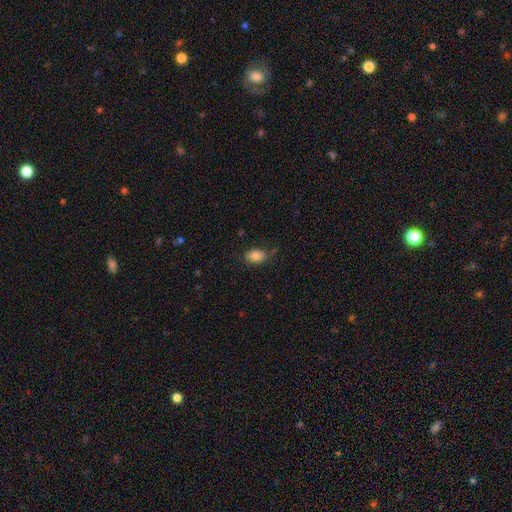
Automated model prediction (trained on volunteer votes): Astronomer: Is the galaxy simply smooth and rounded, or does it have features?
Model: smooth — 83%.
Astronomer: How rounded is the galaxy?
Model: in between — 85%.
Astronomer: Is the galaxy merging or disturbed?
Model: none — 78%.